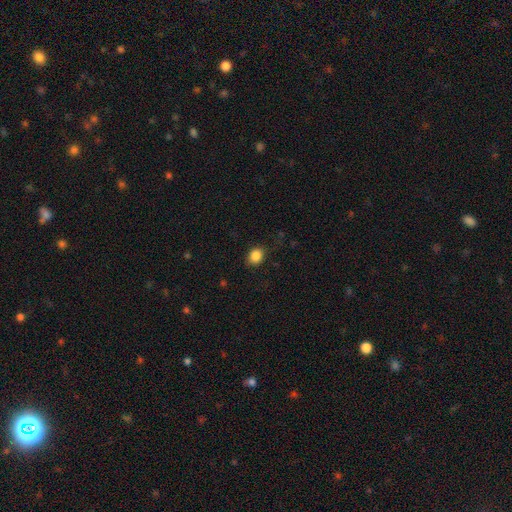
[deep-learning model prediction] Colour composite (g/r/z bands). It shows a smooth galaxy with no disk features (86%) that is round (55%). Merging: none (82%).